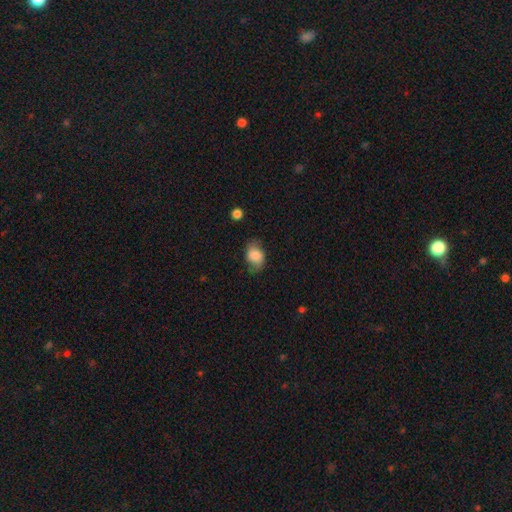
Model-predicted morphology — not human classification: Smooth or featured? Predicted: smooth (p=0.75). How rounded? Predicted: in between (p=0.70). Merging? Predicted: none (p=0.63).